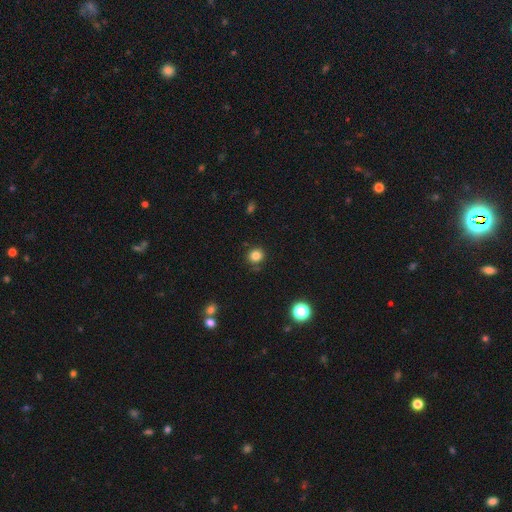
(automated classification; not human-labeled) A smooth galaxy with no disk features (83%) that is round (87%). Merging: none (86%).